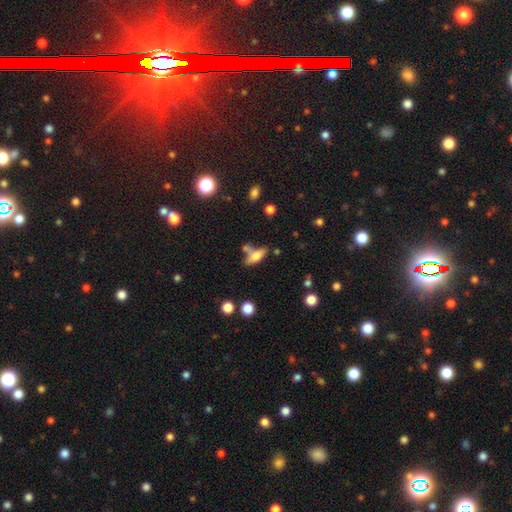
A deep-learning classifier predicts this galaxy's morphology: Smooth or featured: smooth — 62% (featured or disk — 28%)
How rounded: in between — 63% (cigar-shaped — 34%)
Merging: none — 53% (merger — 24%)